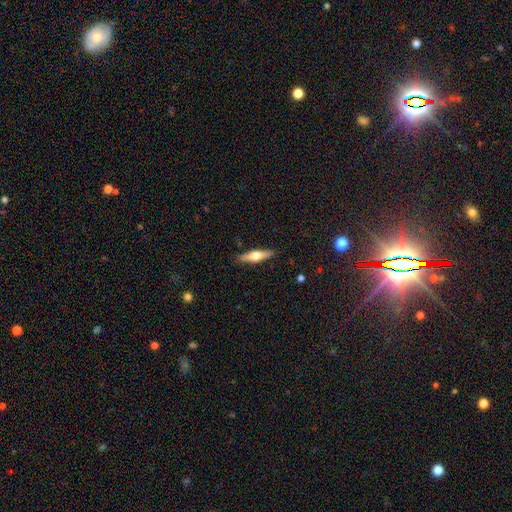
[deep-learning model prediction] A featured or disk galaxy (52%) viewed edge-on (93%).

Vote fractions:
- Smooth or featured? featured or disk: 52% / smooth: 43% / star or artifact: 6%
- Edge-on disk? yes: 93% / no: 7%
- Merging? none: 89% / minor disturbance: 8% / major disturbance: 2% / merger: 1%